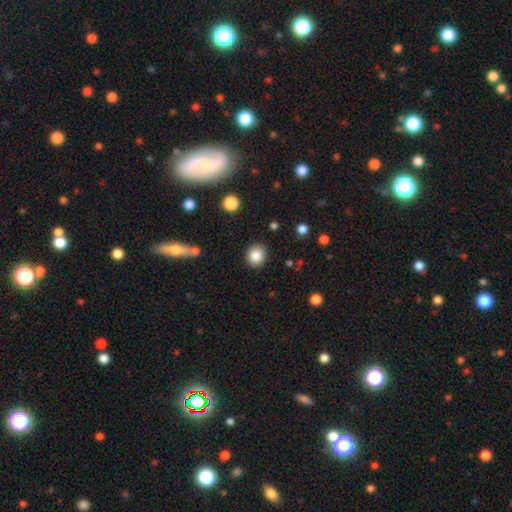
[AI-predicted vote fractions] Smooth or featured?
  - smooth: 85% *
  - star or artifact: 10%
  - featured or disk: 5%
How rounded?
  - round: 78% *
  - in between: 21%
  - cigar-shaped: 1%
Merging?
  - none: 88% *
  - minor disturbance: 8%
  - major disturbance: 3%
  - merger: 2%